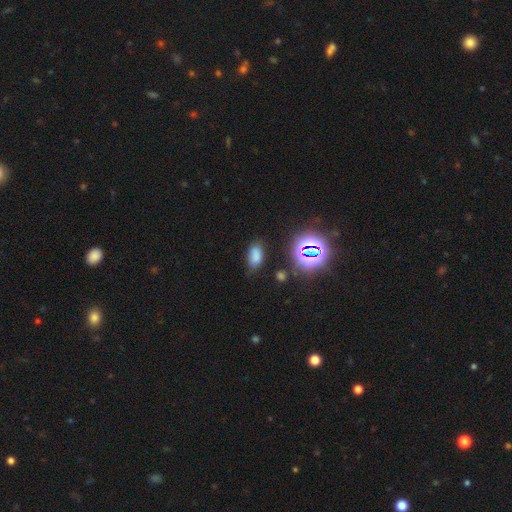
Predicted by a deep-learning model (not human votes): Smooth or featured: smooth — 68% (star or artifact — 23%)
How rounded: in between — 89% (round — 7%)
Merging: none — 65% (minor disturbance — 25%)